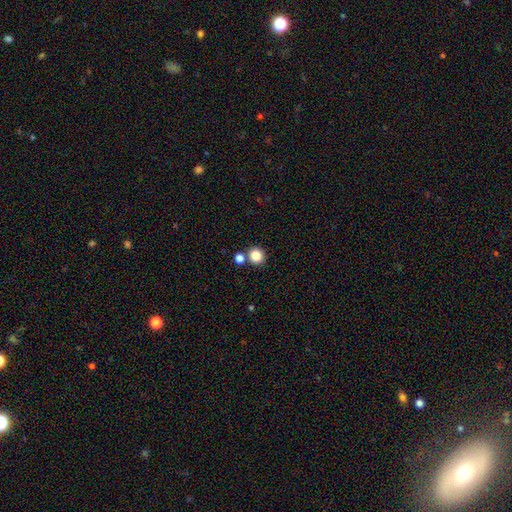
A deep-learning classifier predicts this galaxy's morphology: Smooth or featured?
  - smooth: 85% *
  - star or artifact: 11%
  - featured or disk: 4%
How rounded?
  - round: 92% *
  - in between: 7%
  - cigar-shaped: 1%
Merging?
  - none: 74% *
  - merger: 17%
  - minor disturbance: 7%
  - major disturbance: 3%